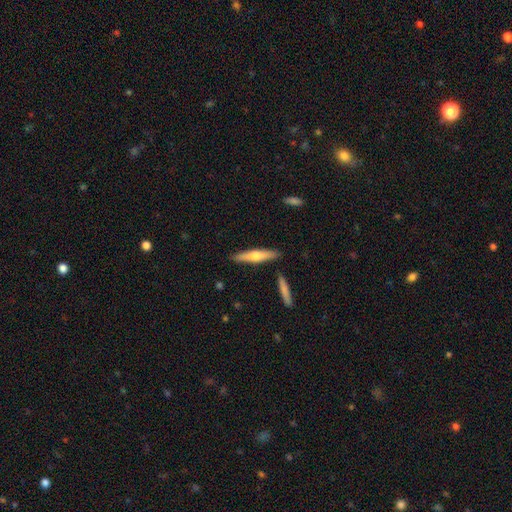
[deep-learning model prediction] A featured or disk galaxy (47%, tied with smooth).

Vote fractions:
- Smooth or featured? featured or disk: 47% (tied) / smooth: 47% (tied) / star or artifact: 5%
- Merging? none: 87% / minor disturbance: 8% / merger: 4% / major disturbance: 2%